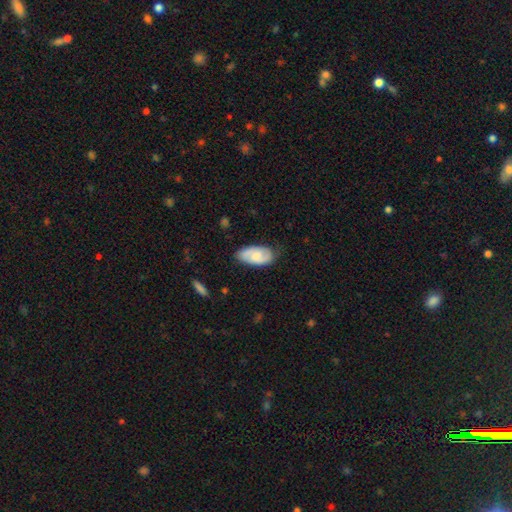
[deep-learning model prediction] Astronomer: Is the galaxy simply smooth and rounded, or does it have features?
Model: smooth — 52% (runner-up: featured or disk, 42%).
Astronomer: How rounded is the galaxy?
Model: in between — 93%.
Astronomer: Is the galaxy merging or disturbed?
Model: none — 74%.